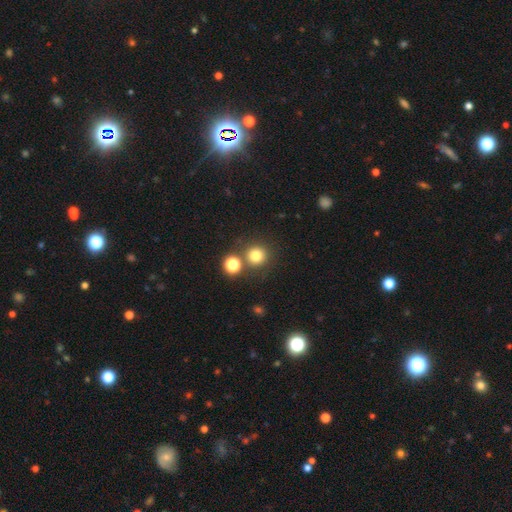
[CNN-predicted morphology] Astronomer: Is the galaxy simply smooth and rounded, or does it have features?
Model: smooth — 78%.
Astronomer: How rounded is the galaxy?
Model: round — 93%.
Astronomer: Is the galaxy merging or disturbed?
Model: none — 75%.